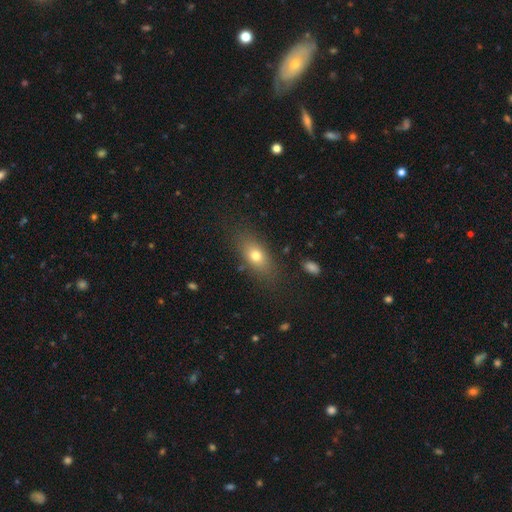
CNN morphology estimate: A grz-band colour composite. It shows a smooth galaxy with no disk features (73%) that is in between round and cigar-shaped (77%). Merging: none (80%).